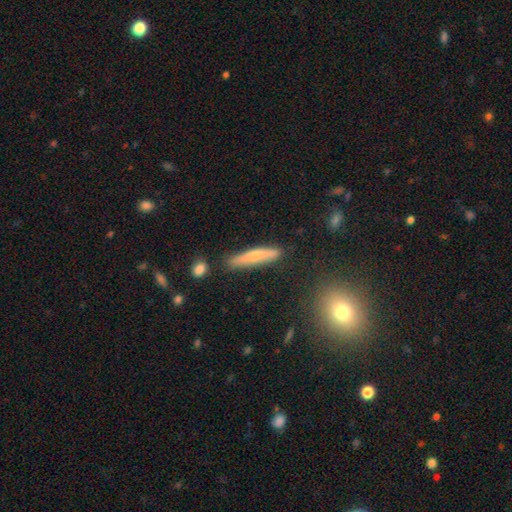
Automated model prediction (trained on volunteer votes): This is likely a smooth galaxy (65%). How rounded: clearly cigar-shaped (91%). Merging: clearly none (82%).